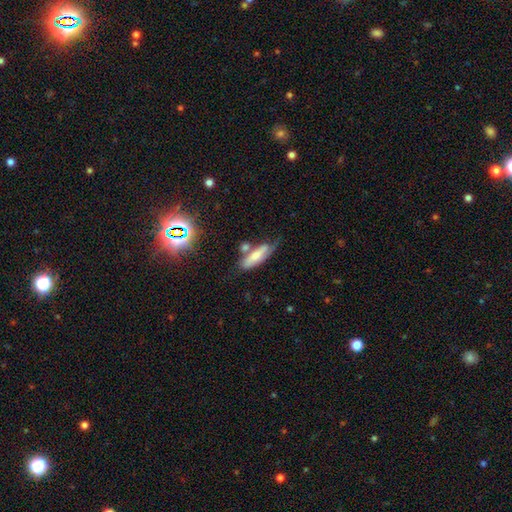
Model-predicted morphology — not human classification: Smooth or featured? smooth (61%)
How rounded? in between (56%)
Merging? none (44%)